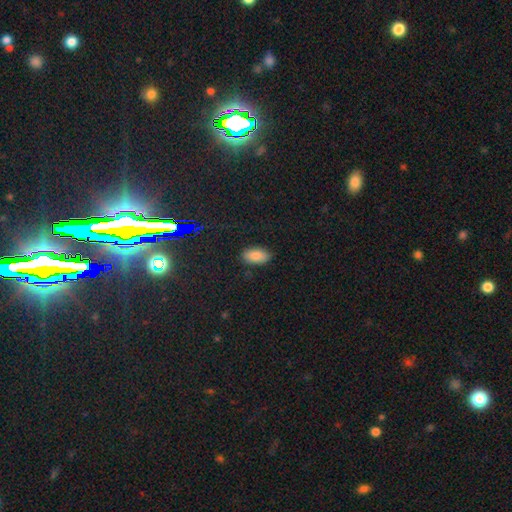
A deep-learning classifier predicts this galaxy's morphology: A smooth galaxy with no disk features (82%) that is in between round and cigar-shaped (93%).

Vote fractions:
- Smooth or featured? smooth: 82% / star or artifact: 10% / featured or disk: 8%
- How rounded? in between: 93% / round: 4% / cigar-shaped: 3%
- Merging? none: 85% / minor disturbance: 11% / major disturbance: 3% / merger: 1%